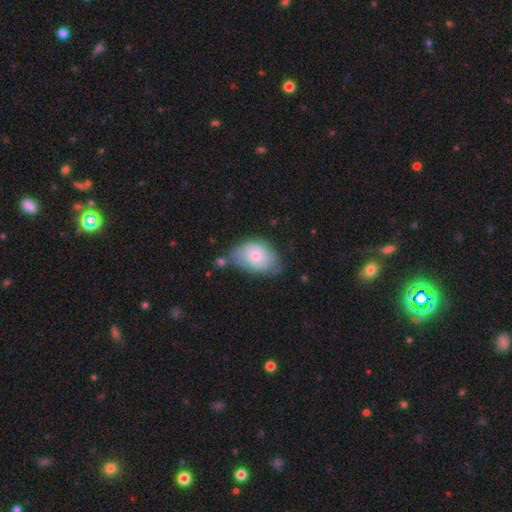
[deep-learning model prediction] Q: Smooth or featured?
A: smooth (57%); runner-up: featured or disk (36%)
Q: How rounded?
A: in between (83%); runner-up: round (16%)
Q: Merging?
A: none (42%); runner-up: minor disturbance (34%)